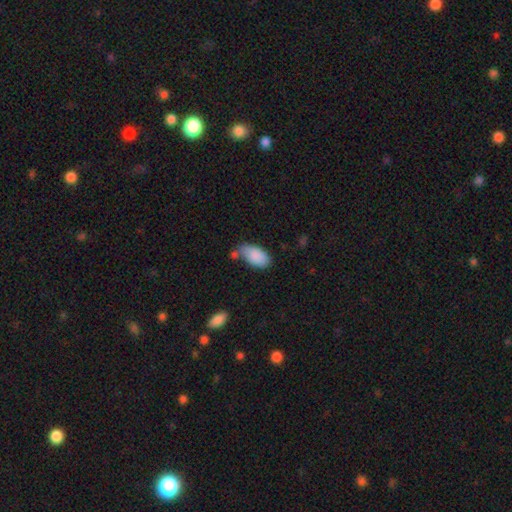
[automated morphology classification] A smooth galaxy with no disk features (87%) that is in between round and cigar-shaped (94%). Merging: none (52%).